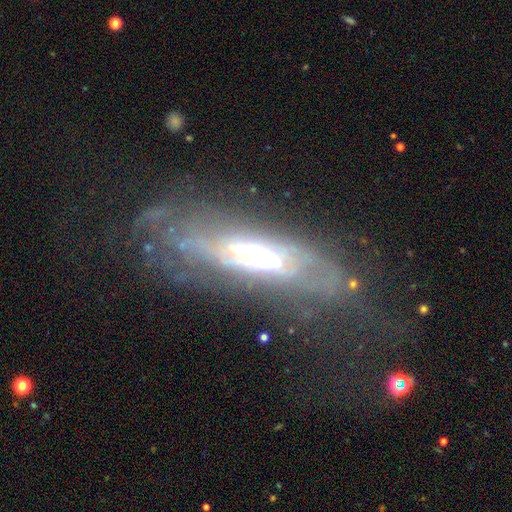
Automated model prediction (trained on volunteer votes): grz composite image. It shows a featured or disk galaxy (79%). Merging: none (54%).